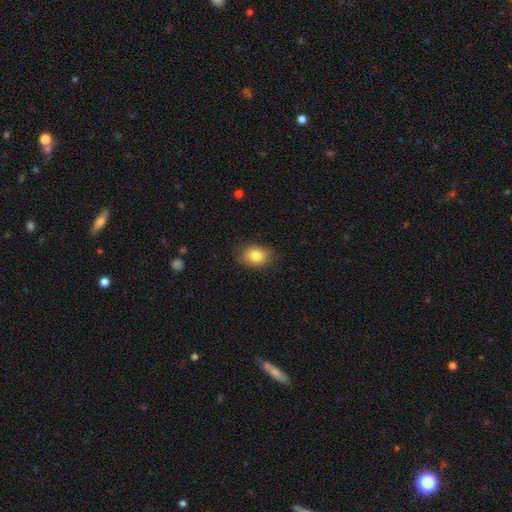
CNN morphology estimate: Smooth or featured: smooth — 84% (star or artifact — 9%)
How rounded: in between — 64% (round — 35%)
Merging: none — 84% (minor disturbance — 12%)